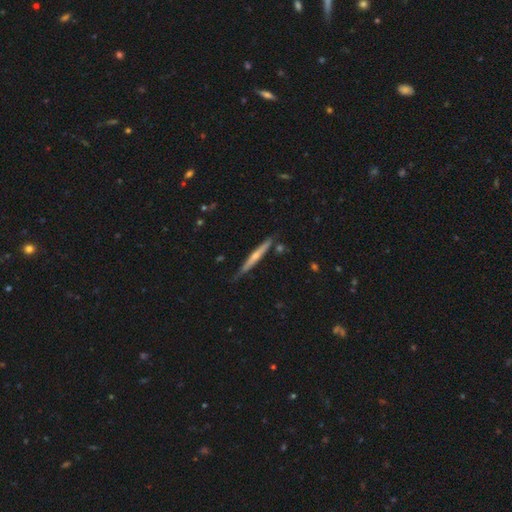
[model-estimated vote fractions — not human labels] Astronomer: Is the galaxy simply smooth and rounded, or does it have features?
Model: featured or disk — 60% (runner-up: smooth, 35%).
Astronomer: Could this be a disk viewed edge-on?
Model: yes — 96%.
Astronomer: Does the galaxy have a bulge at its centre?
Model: rounded — 63%.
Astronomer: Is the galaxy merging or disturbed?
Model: none — 77%.